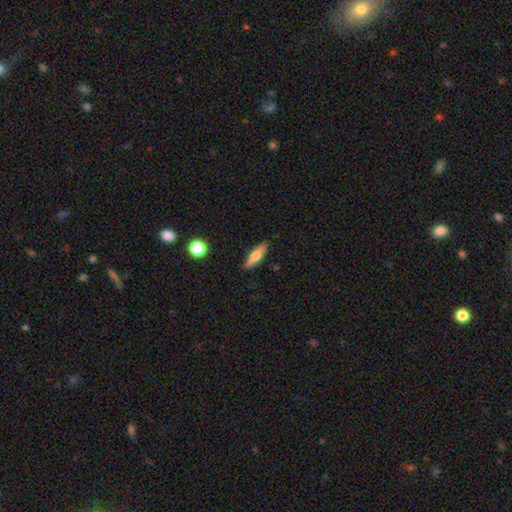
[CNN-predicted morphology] A smooth galaxy with no disk features (63%) that is cigar-shaped (63%).

Vote fractions:
- Smooth or featured? smooth: 63% / featured or disk: 31% / star or artifact: 7%
- How rounded? cigar-shaped: 63% / in between: 34% / round: 3%
- Merging? none: 88% / minor disturbance: 9% / major disturbance: 2% / merger: 1%